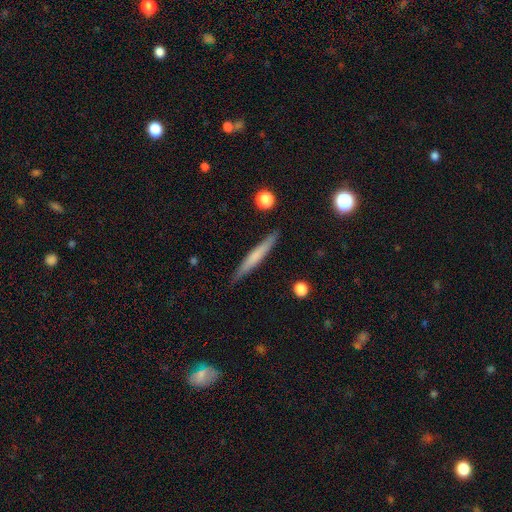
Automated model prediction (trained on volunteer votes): smooth-or-featured: smooth: 58% | featured or disk: 36% | star or artifact: 6%
  how-rounded: cigar-shaped: 96% | in between: 3% | round: 1%
  merging: none: 88% | minor disturbance: 9% | major disturbance: 2% | merger: 1%